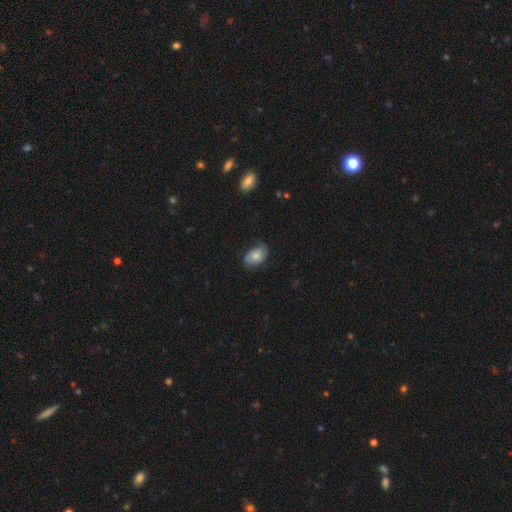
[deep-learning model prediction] This is likely a smooth galaxy (65%). How rounded: clearly in between (86%). Merging: likely none (62%).